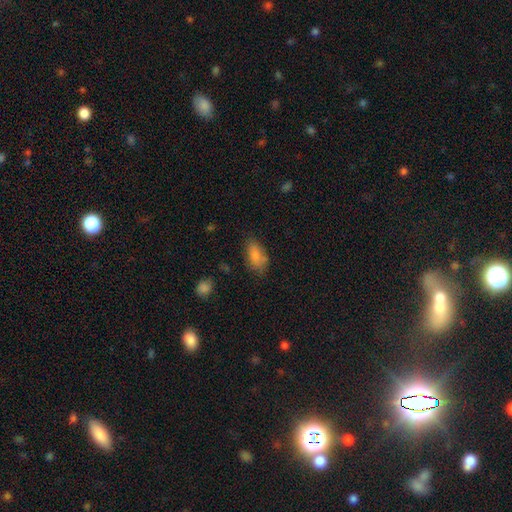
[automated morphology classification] This is clearly a smooth galaxy (82%). How rounded: clearly in between (91%). Merging: likely none (62%).